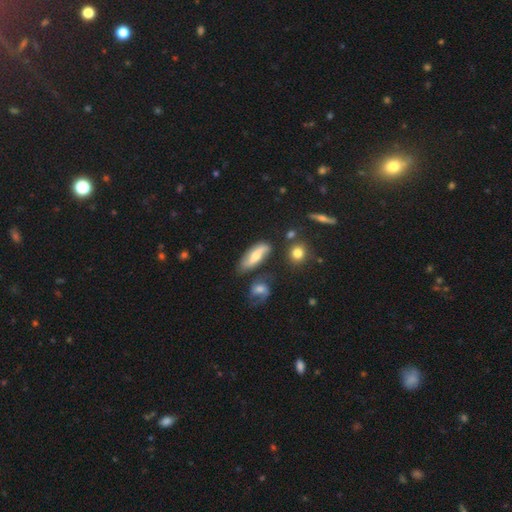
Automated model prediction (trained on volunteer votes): This is possibly a featured or disk galaxy (50%). Merging: likely none (66%).